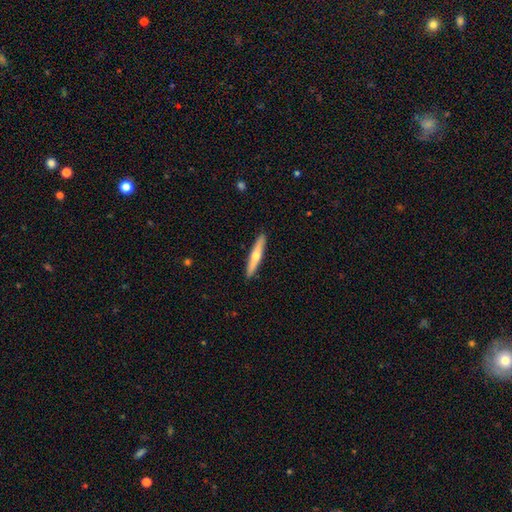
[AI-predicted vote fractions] Smooth or featured? smooth (48%)
Merging? none (91%)